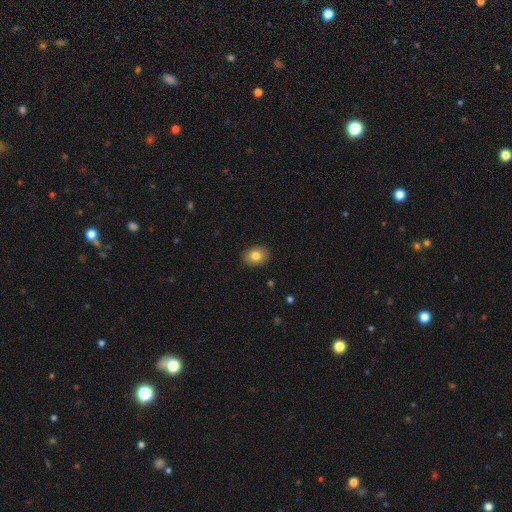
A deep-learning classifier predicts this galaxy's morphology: This is clearly a smooth galaxy (81%). How rounded: likely in between (63%). Merging: clearly none (90%).